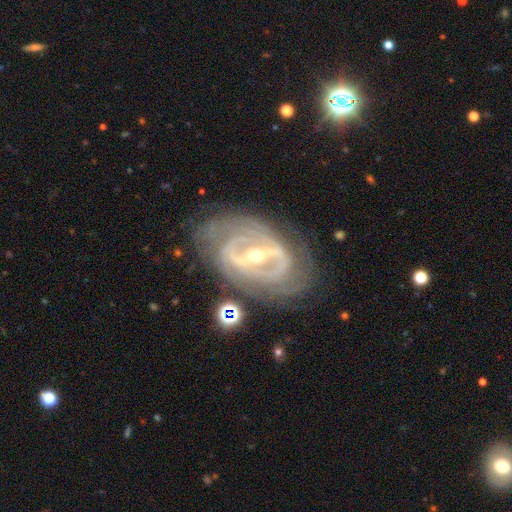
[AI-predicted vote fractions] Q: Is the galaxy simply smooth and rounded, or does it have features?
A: featured or disk — 89%.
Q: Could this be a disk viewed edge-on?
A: no — 94%.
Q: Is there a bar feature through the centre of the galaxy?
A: strong — 73%.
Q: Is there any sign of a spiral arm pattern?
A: yes — 78%.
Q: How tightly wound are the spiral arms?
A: tight — 57%.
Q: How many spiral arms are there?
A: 2 — 44%.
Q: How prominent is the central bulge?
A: small — 57%.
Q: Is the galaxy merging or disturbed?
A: none — 73%.